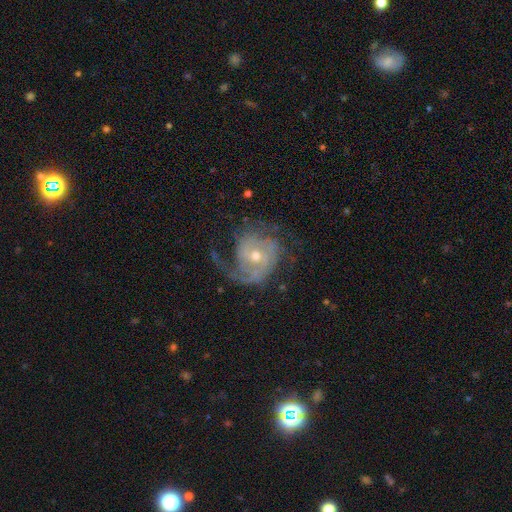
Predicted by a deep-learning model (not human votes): The model was most divided on "spiral winding": tight: 41%, medium: 39%, loose: 20%. Remaining: edge-on disk — no (98%); spiral arms — yes (95%); smooth or featured — featured or disk (86%); bar — no (66%); merging — none (57%); bulge size — small (49%); spiral arm count — 2 (38%).